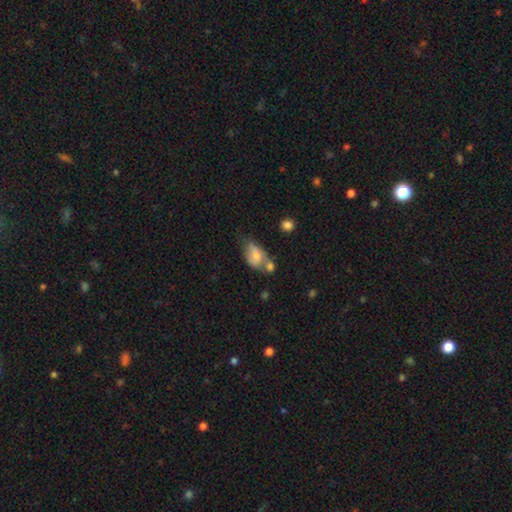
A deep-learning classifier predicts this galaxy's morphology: Smooth or featured? Predicted: smooth (p=0.67). How rounded? Predicted: in between (p=0.87). Merging? Predicted: merger (p=0.36).